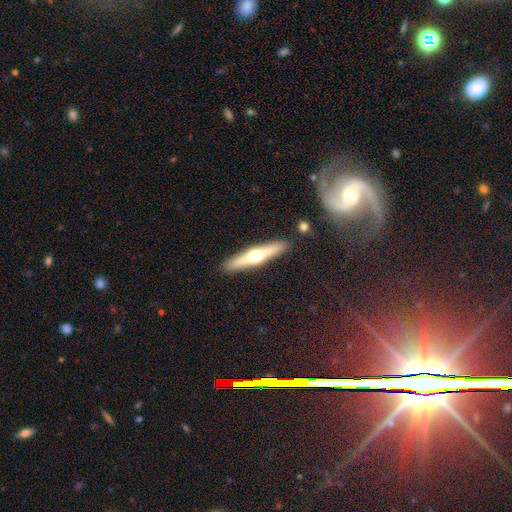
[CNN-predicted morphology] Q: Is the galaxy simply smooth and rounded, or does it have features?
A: featured or disk — 60%.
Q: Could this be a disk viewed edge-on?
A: yes — 96%.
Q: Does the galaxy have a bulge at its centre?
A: rounded — 94%.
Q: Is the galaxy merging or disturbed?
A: none — 90%.